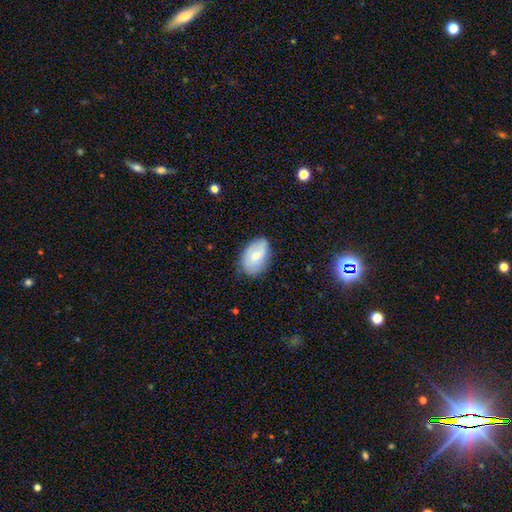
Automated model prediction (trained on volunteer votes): A smooth galaxy with no disk features (58%) that is in between round and cigar-shaped (88%).

Vote fractions:
- Smooth or featured? smooth: 58% / featured or disk: 35% / star or artifact: 7%
- How rounded? in between: 88% / round: 10% / cigar-shaped: 1%
- Merging? none: 75% / minor disturbance: 20% / major disturbance: 4% / merger: 1%